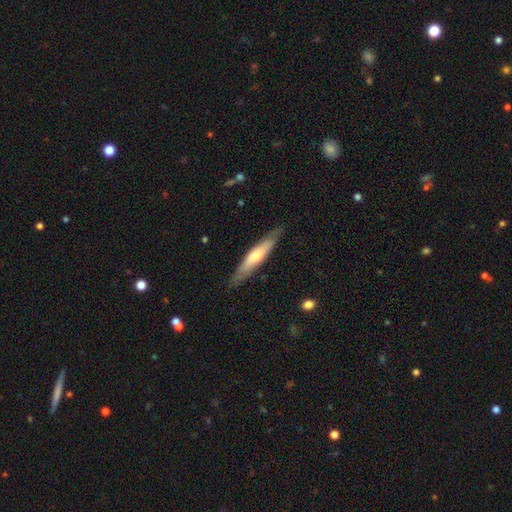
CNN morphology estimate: A smooth galaxy with no disk features (51%) that is cigar-shaped (86%).

Vote fractions:
- Smooth or featured? smooth: 51% / featured or disk: 43% / star or artifact: 5%
- How rounded? cigar-shaped: 86% / in between: 12% / round: 1%
- Merging? none: 85% / minor disturbance: 12% / major disturbance: 2% / merger: 1%